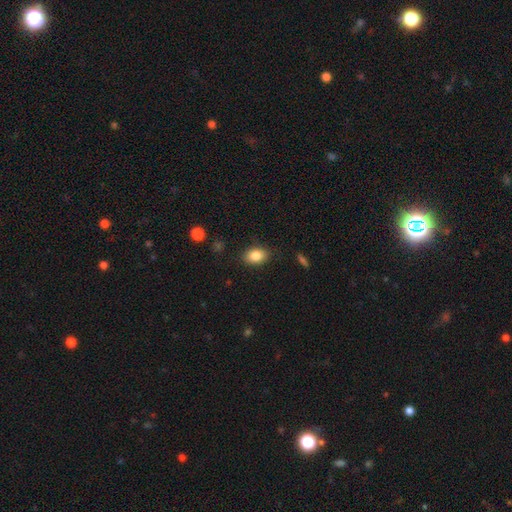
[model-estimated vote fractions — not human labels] A smooth galaxy with no disk features (85%) that is in between round and cigar-shaped (82%).

Vote fractions:
- Smooth or featured? smooth: 85% / star or artifact: 8% / featured or disk: 7%
- How rounded? in between: 82% / round: 17% / cigar-shaped: 1%
- Merging? none: 86% / minor disturbance: 10% / major disturbance: 3% / merger: 1%